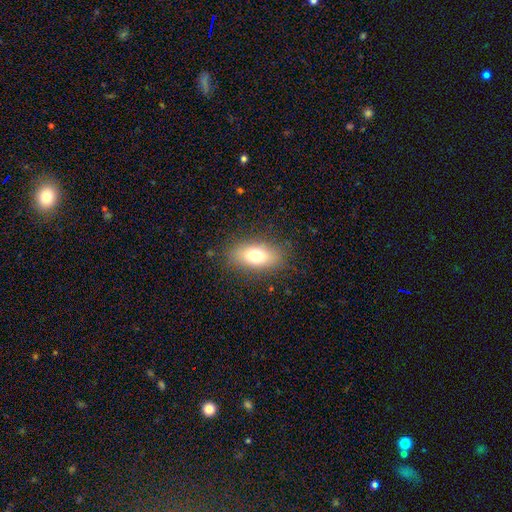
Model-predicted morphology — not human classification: type=smooth (75%); roundness=in between (83%); merging=none (83%).